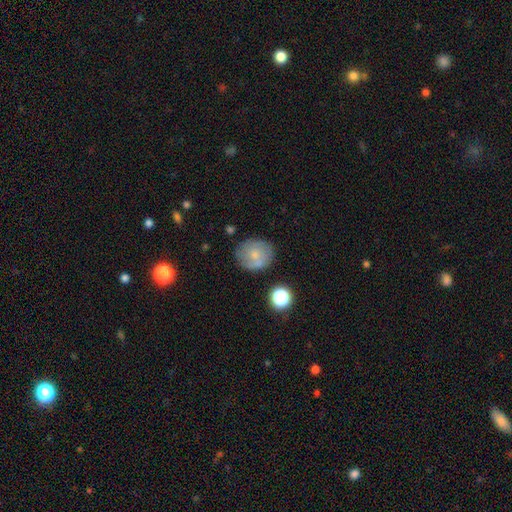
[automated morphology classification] smooth-or-featured: smooth: 63% | featured or disk: 27% | star or artifact: 10%
  how-rounded: round: 83% | in between: 16% | cigar-shaped: 1%
  merging: none: 68% | minor disturbance: 18% | merger: 8% | major disturbance: 6%